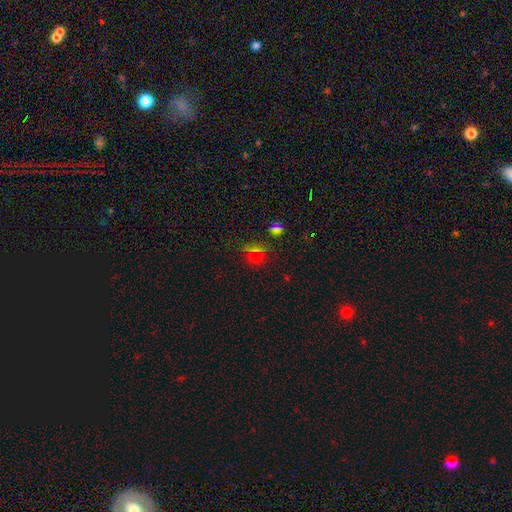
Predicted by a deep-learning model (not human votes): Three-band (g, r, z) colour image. It shows a smooth galaxy with no disk features (50%). Merging: none (80%).